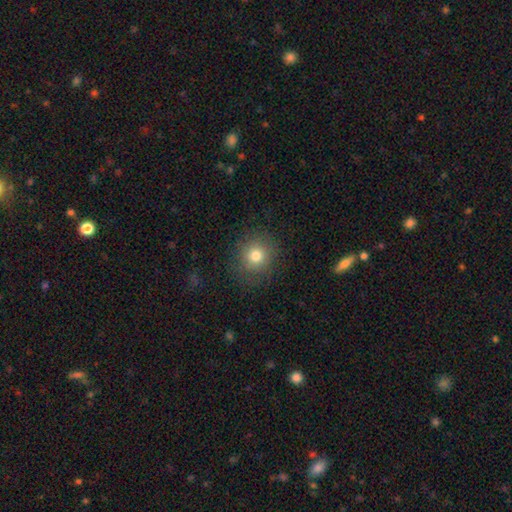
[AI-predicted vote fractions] This is likely a smooth galaxy (78%). How rounded: clearly round (87%). Merging: clearly none (84%).